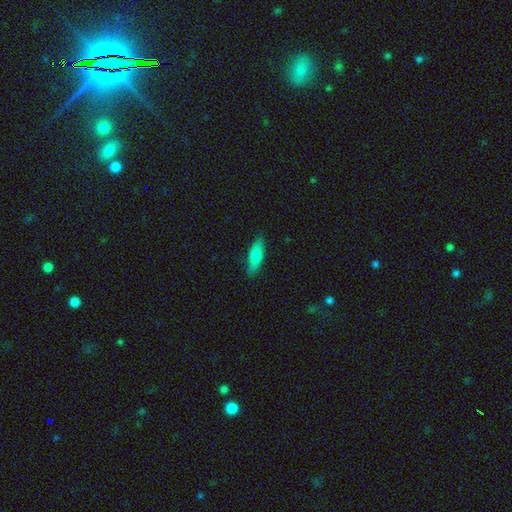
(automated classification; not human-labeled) This appears to be a smooth galaxy with no disk features (73%) that is in between round and cigar-shaped (57%). Merging: none (85%).